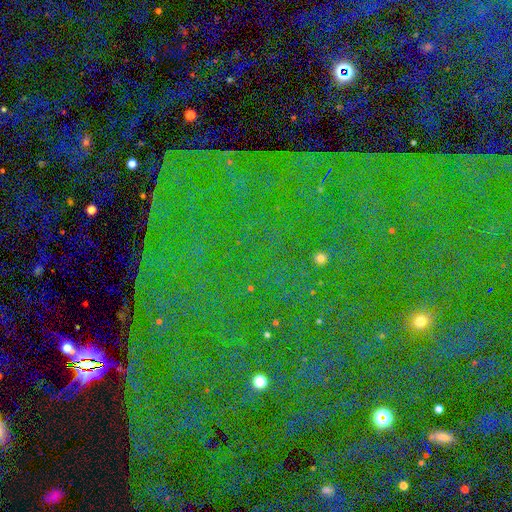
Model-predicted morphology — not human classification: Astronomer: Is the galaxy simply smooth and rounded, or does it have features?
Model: star or artifact — 85%.